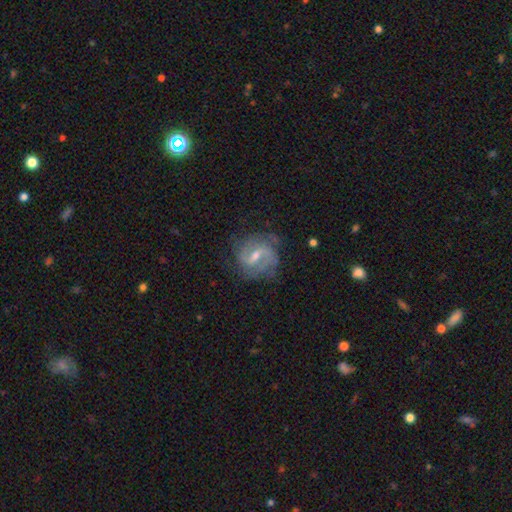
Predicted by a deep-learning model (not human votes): Morphology: type=featured or disk (84%); edge-on=no (97%); bar=weak (56%); spiral arms=yes (95%); winding=medium (46%); arm count=2 (60%); bulge=small (47%, tied with moderate); merging=none (71%).